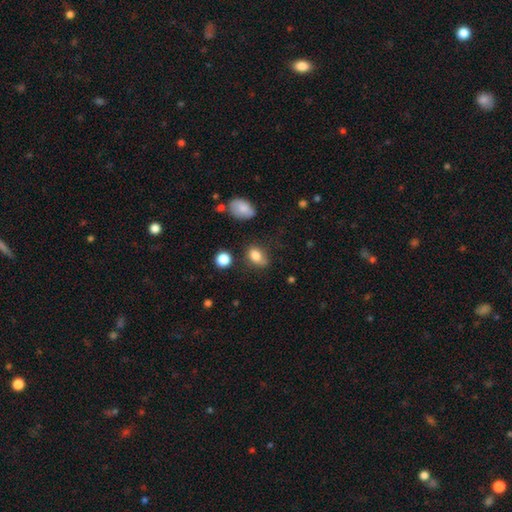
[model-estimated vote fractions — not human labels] smooth 81%, star or artifact 10%, featured or disk 9%. Down the decision tree: how rounded — in between (76%); merging — none (60%).